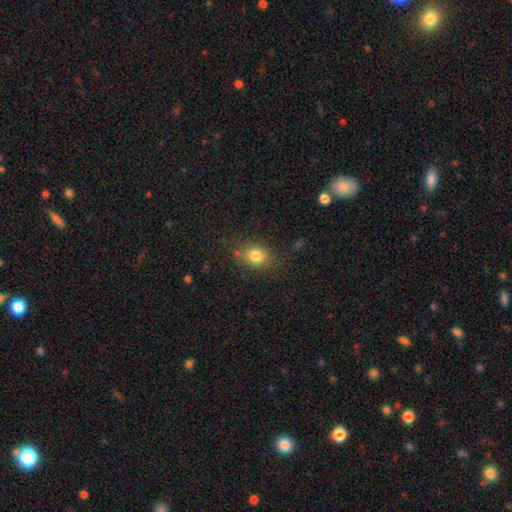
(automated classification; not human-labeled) This is clearly a smooth galaxy (81%). How rounded: possibly round (58%). Merging: likely none (75%).